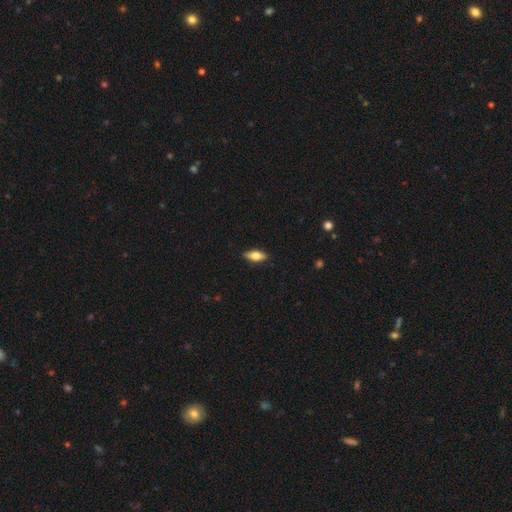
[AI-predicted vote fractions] This is likely a smooth galaxy (67%). How rounded: likely in between (75%). Merging: clearly none (88%).